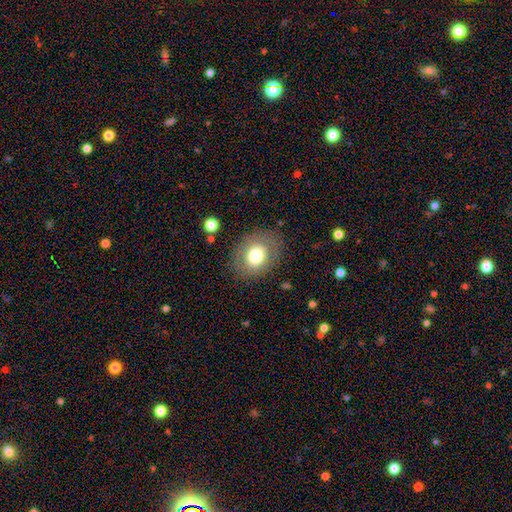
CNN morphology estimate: Smooth or featured? Predicted: smooth (p=0.71). How rounded? Predicted: in between (p=0.51). Merging? Predicted: none (p=0.82).